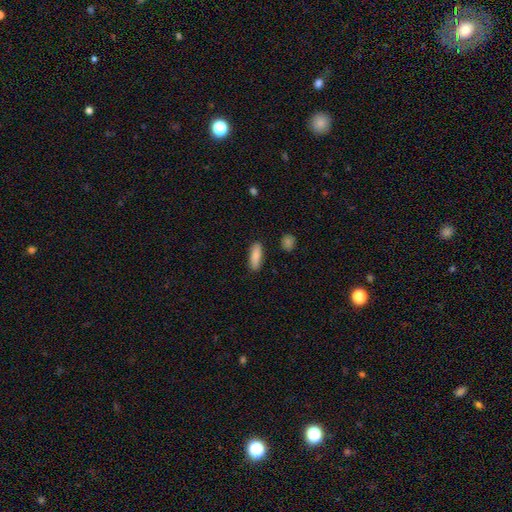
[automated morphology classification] Smooth or featured?
  - smooth: 85% *
  - featured or disk: 9%
  - star or artifact: 6%
How rounded?
  - in between: 60% *
  - cigar-shaped: 37%
  - round: 2%
Merging?
  - none: 87% *
  - minor disturbance: 9%
  - major disturbance: 2%
  - merger: 2%